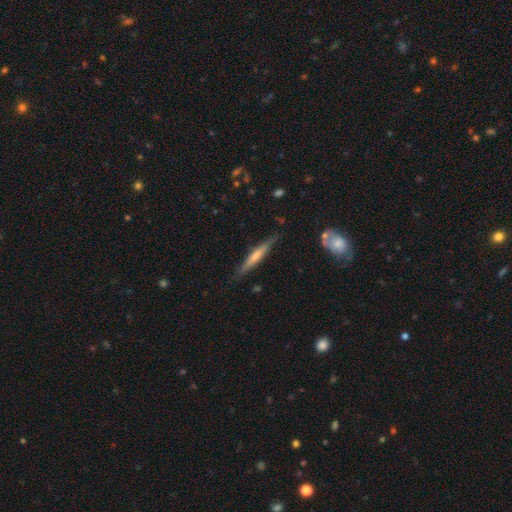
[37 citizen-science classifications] A featured or disk galaxy (68%) viewed edge-on (96%) with a rounded central bulge (54%). Merging: none (81%).